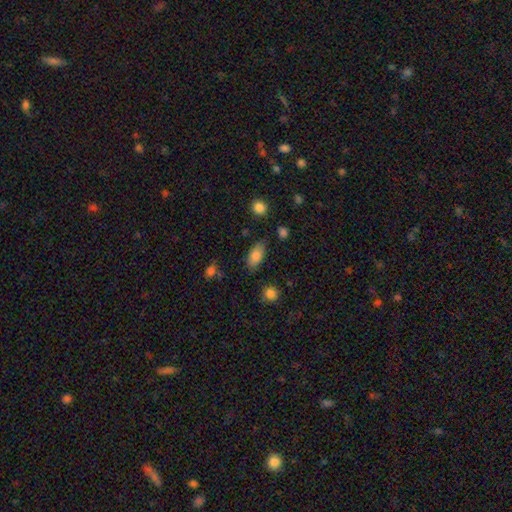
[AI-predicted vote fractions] smooth 82%, featured or disk 10%, star or artifact 8%. Down the decision tree: how rounded — in between (88%); merging — none (78%).